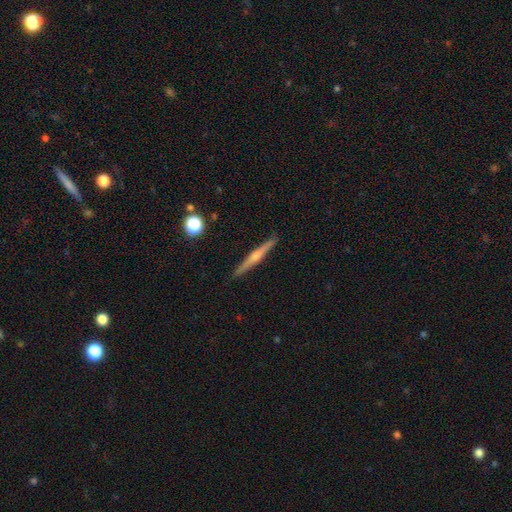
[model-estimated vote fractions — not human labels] featured or disk 62%, smooth 32%, star or artifact 6%. Down the decision tree: edge-on disk — yes (98%); edge-on bulge — rounded (64%); merging — none (91%).